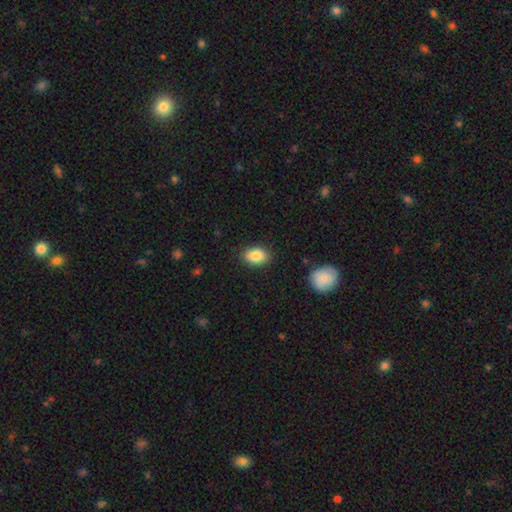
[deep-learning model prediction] Overall: smooth (86%). How rounded: in between (85%). Merging: none (87%).